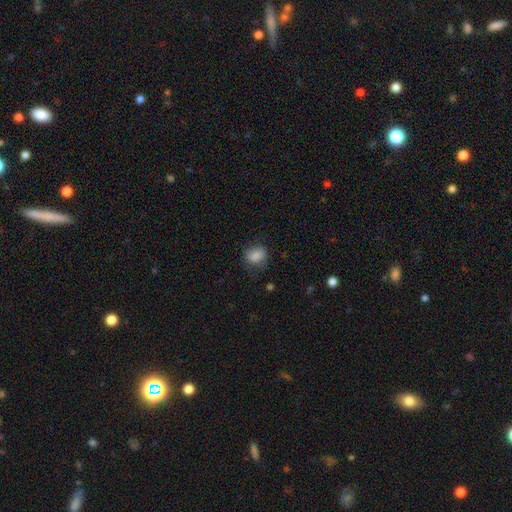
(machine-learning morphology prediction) smooth 85%, star or artifact 9%, featured or disk 7%. Down the decision tree: how rounded — round (50%); merging — none (67%).